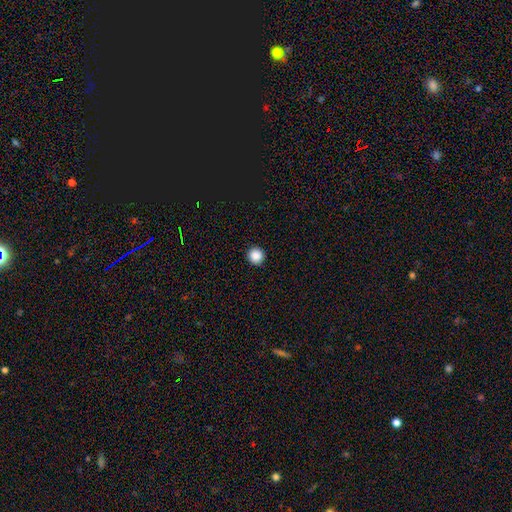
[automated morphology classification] Smooth or featured? smooth (88%)
How rounded? round (95%)
Merging? none (93%)